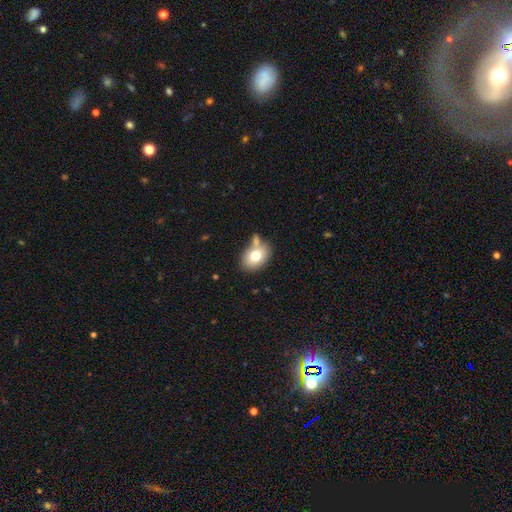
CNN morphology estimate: This is likely a smooth galaxy (73%). How rounded: likely in between (77%). Merging: possibly none (57%).